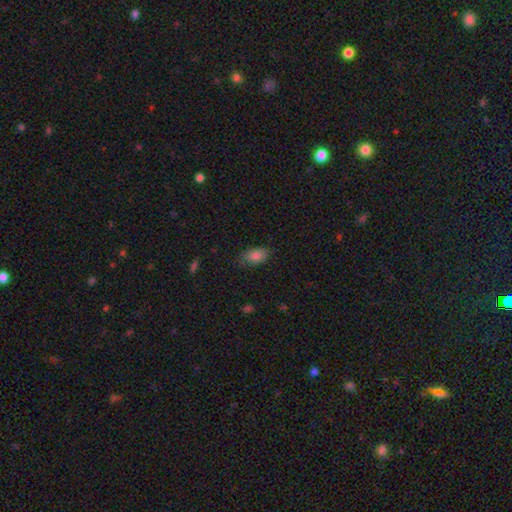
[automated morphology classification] smooth-or-featured: smooth: 83% | featured or disk: 9% | star or artifact: 8%
  how-rounded: in between: 91% | round: 6% | cigar-shaped: 3%
  merging: none: 76% | minor disturbance: 19% | major disturbance: 4% | merger: 1%